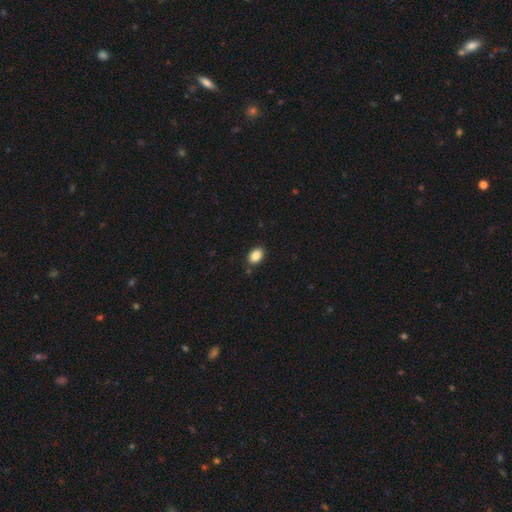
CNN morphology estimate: Smooth or featured? smooth (87%)
How rounded? in between (83%)
Merging? none (87%)